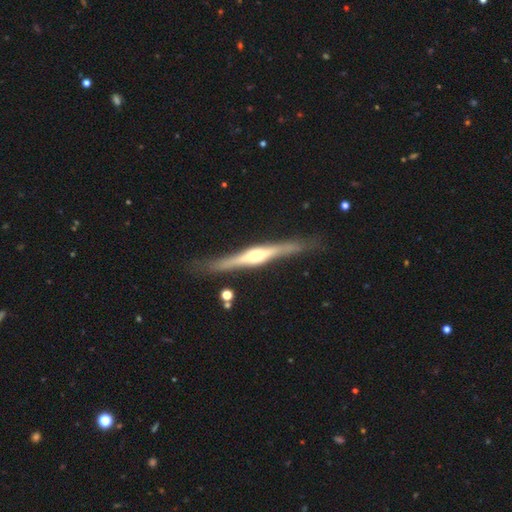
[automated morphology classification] type=featured or disk (78%); edge-on=yes (97%); edge-on bulge=rounded (81%); merging=none (83%).